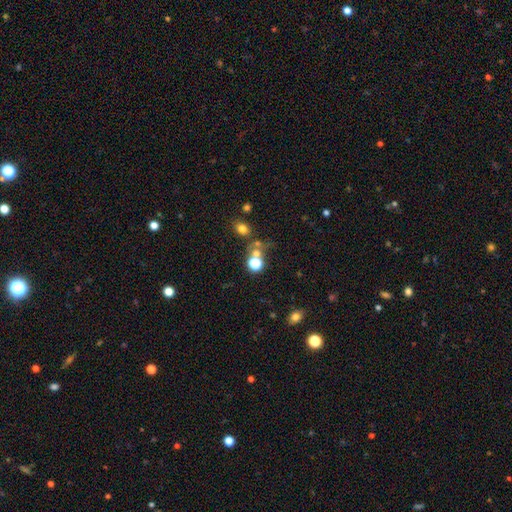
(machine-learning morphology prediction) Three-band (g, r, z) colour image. It shows a smooth galaxy with no disk features (56%) that is round (75%). Merging: none (54%).